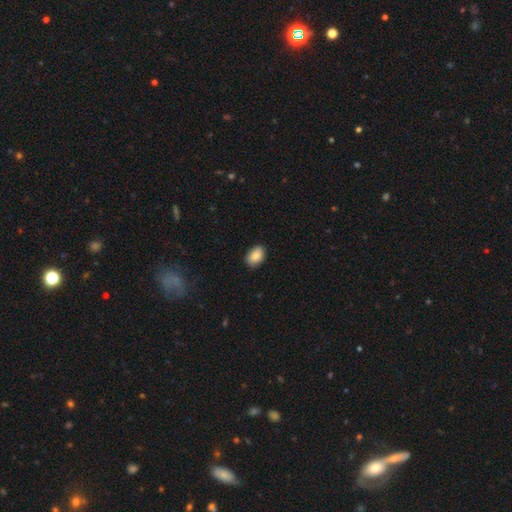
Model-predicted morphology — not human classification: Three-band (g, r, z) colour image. It shows a smooth galaxy with no disk features (87%) that is in between round and cigar-shaped (86%). Merging: none (86%).